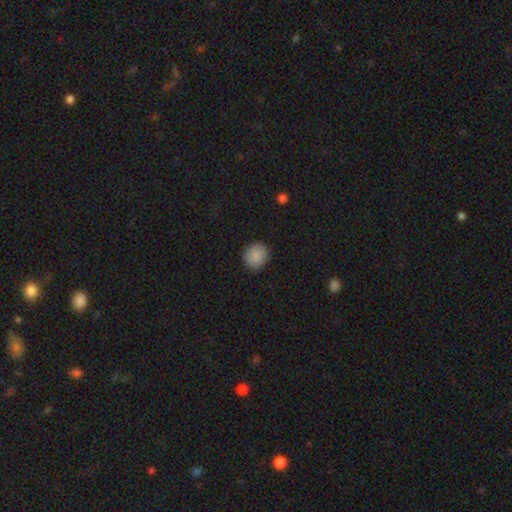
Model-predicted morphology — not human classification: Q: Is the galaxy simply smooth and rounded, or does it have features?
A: smooth — 88%.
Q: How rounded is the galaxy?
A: round — 84%.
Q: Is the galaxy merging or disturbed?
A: none — 89%.